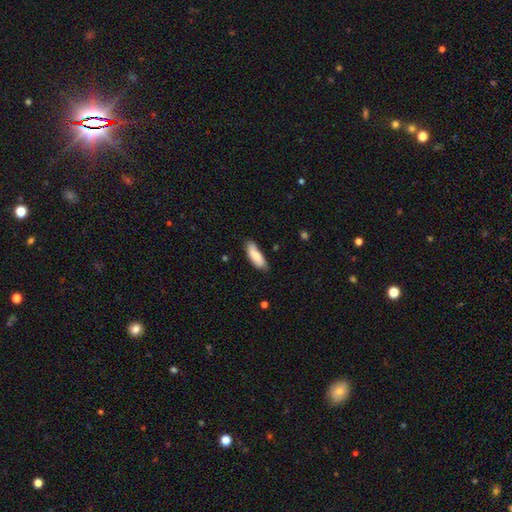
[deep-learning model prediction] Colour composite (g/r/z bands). It shows a smooth galaxy with no disk features (81%) that is in between round and cigar-shaped (63%). Merging: none (72%).